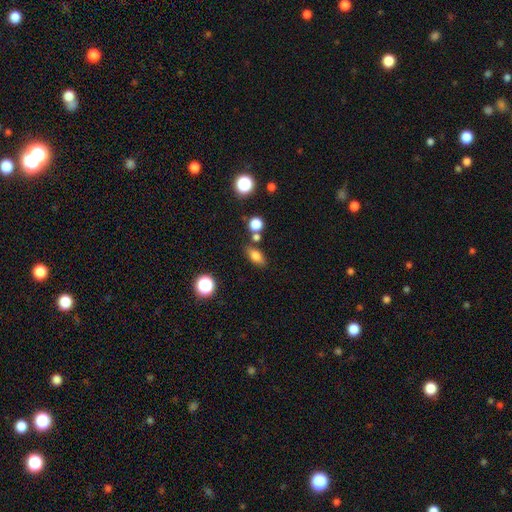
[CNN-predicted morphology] This is likely a smooth galaxy (76%). How rounded: likely in between (76%). Merging: likely none (74%).